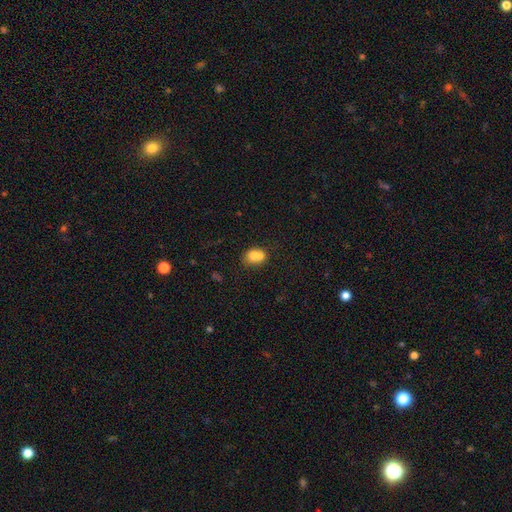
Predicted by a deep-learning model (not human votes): A smooth galaxy with no disk features (72%) that is in between round and cigar-shaped (60%). Merging: merger (54%).